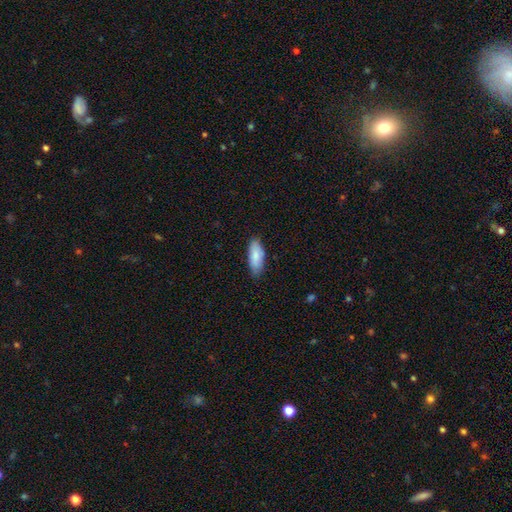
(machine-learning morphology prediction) Smooth or featured? Predicted: smooth (p=0.84). How rounded? Predicted: in between (p=0.79). Merging? Predicted: none (p=0.81).